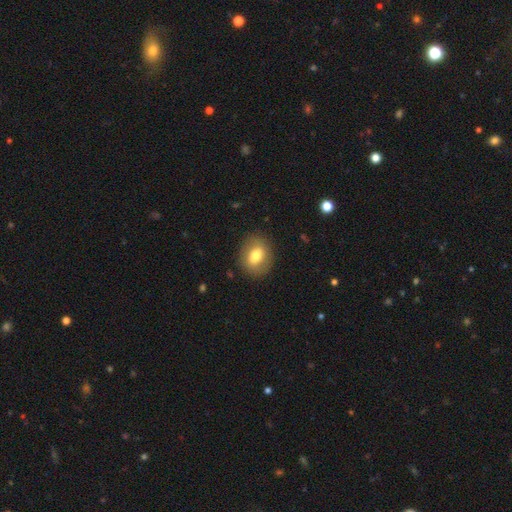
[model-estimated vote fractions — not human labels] This appears to be a smooth galaxy with no disk features (71%) that is in between round and cigar-shaped (52%). Merging: none (86%).